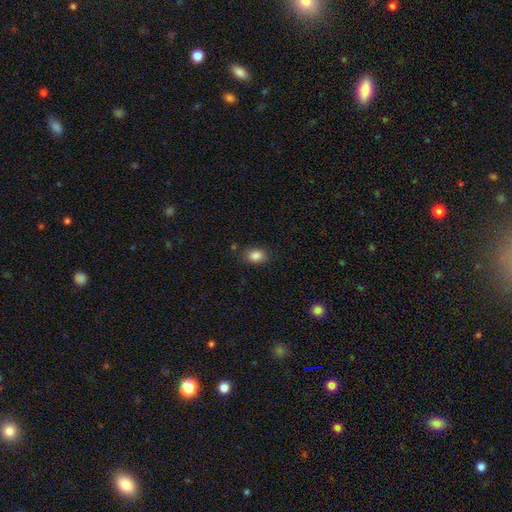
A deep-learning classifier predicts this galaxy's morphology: This appears to be a smooth galaxy with no disk features (86%) that is in between round and cigar-shaped (69%). Merging: none (82%).